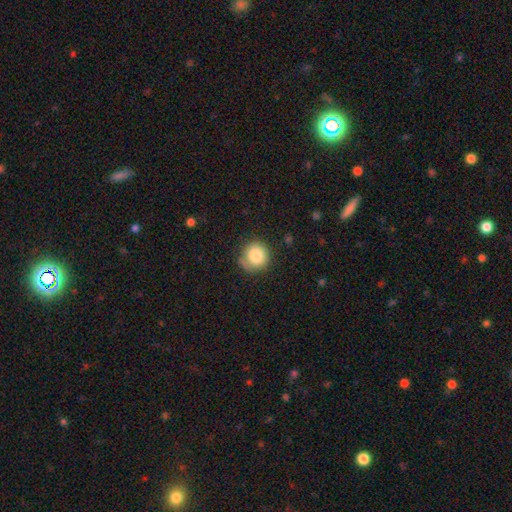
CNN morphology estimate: Q: Smooth or featured?
A: smooth (83%); runner-up: star or artifact (9%)
Q: How rounded?
A: round (91%); runner-up: in between (8%)
Q: Merging?
A: none (72%); runner-up: minor disturbance (20%)